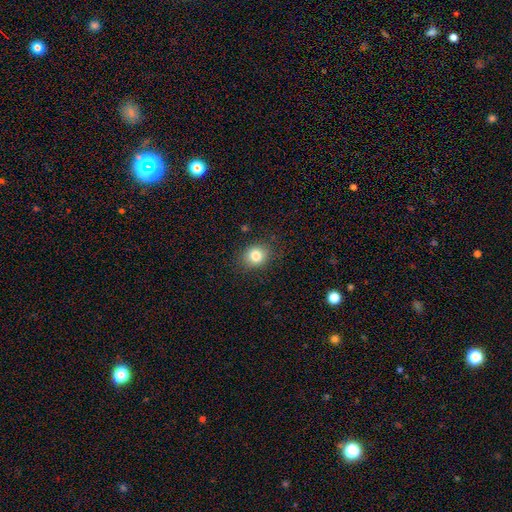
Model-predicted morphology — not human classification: This appears to be a smooth galaxy with no disk features (81%) that is round (69%). Merging: none (86%).